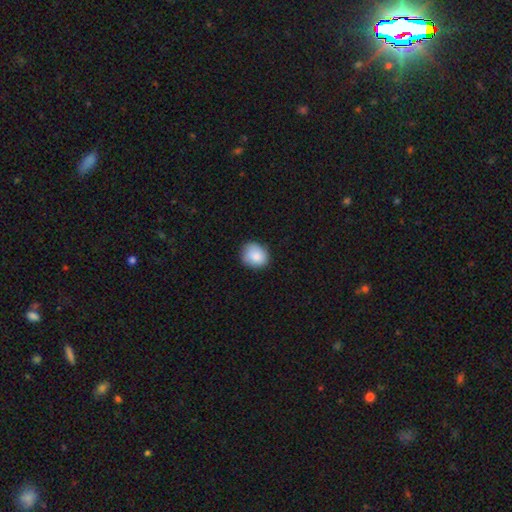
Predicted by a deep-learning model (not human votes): A smooth galaxy with no disk features (87%) that is round (67%).

Vote fractions:
- Smooth or featured? smooth: 87% / star or artifact: 7% / featured or disk: 5%
- How rounded? round: 67% / in between: 32% / cigar-shaped: 1%
- Merging? none: 82% / minor disturbance: 14% / major disturbance: 2% / merger: 1%